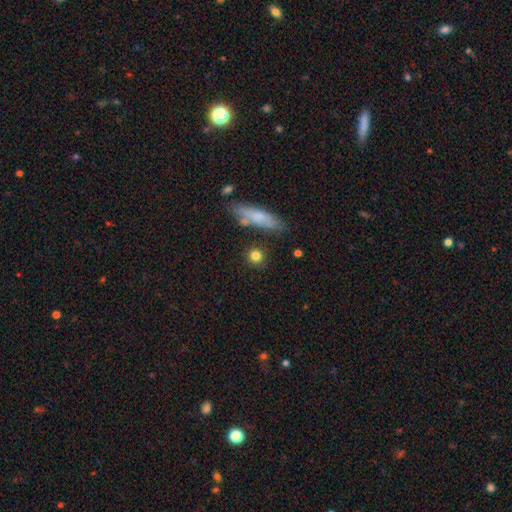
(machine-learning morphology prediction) Smooth or featured? Predicted: smooth (p=0.82). How rounded? Predicted: round (p=0.83). Merging? Predicted: none (p=0.83).